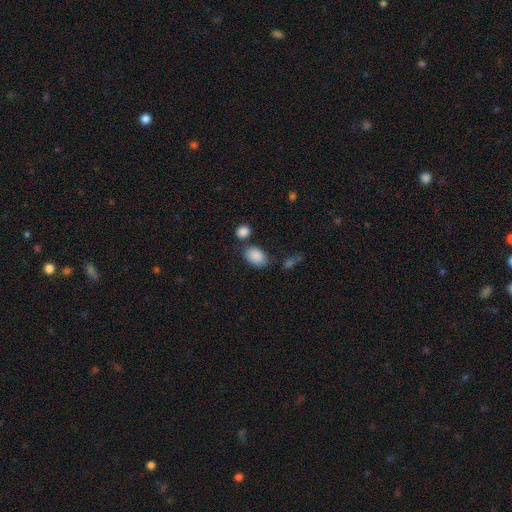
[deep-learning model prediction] Q: Smooth or featured?
A: smooth (88%); runner-up: star or artifact (8%)
Q: How rounded?
A: in between (85%); runner-up: round (14%)
Q: Merging?
A: none (66%); runner-up: minor disturbance (17%)